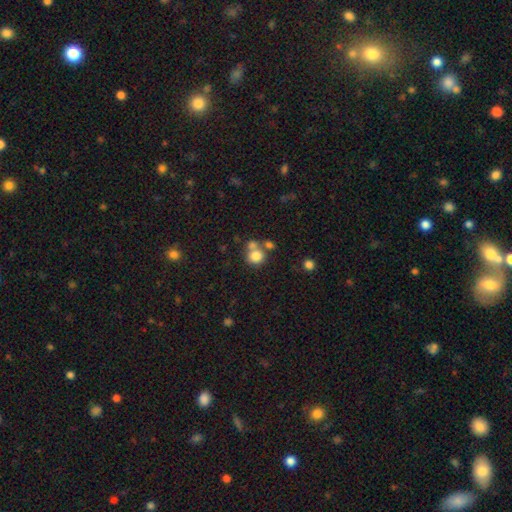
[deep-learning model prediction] The model was most divided on "merging": none: 52%, merger: 35%, minor disturbance: 9%, major disturbance: 4%. More confident: how rounded — round (85%); smooth or featured — smooth (79%).